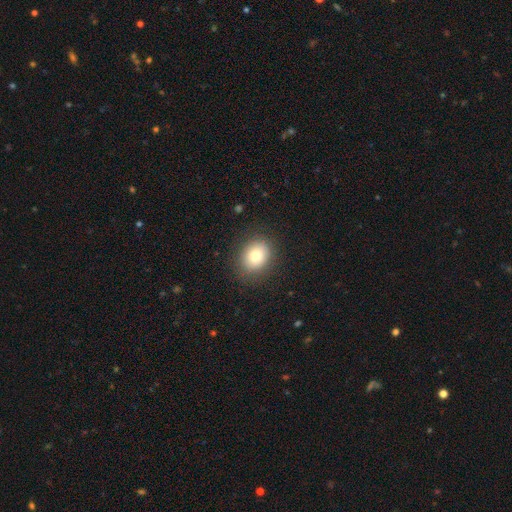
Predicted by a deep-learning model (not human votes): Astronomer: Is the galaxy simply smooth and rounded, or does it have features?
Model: smooth — 77%.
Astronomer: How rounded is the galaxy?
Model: round — 58% (runner-up: in between, 41%).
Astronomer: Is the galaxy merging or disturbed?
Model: none — 86%.